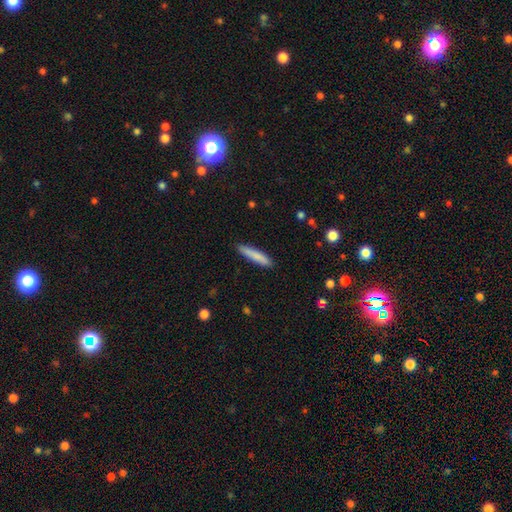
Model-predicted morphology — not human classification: A smooth galaxy with no disk features (83%) that is cigar-shaped (90%). Merging: none (89%).